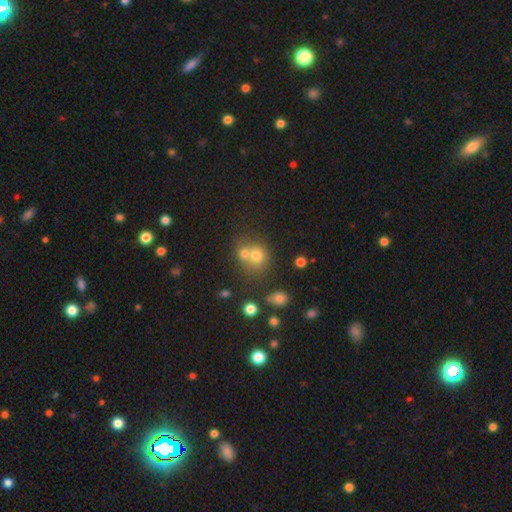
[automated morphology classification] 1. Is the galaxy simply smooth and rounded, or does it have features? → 70% smooth, 15% featured or disk, 15% star or artifact.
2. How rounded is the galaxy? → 79% round, 21% in between, 1% cigar-shaped.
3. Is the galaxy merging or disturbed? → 52% merger, 36% none, 8% minor disturbance, 4% major disturbance.